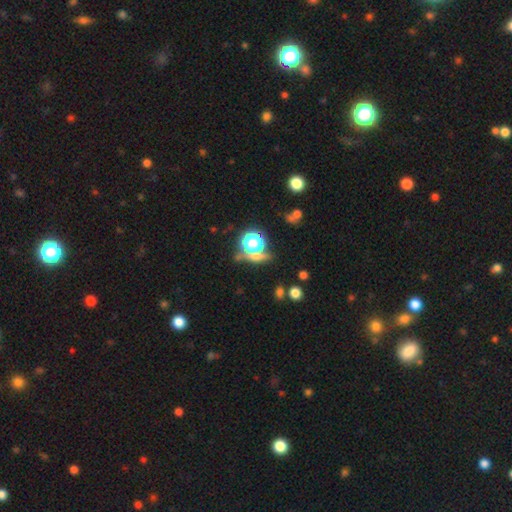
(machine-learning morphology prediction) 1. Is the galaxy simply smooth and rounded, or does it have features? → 42% star or artifact, 41% smooth, 16% featured or disk.